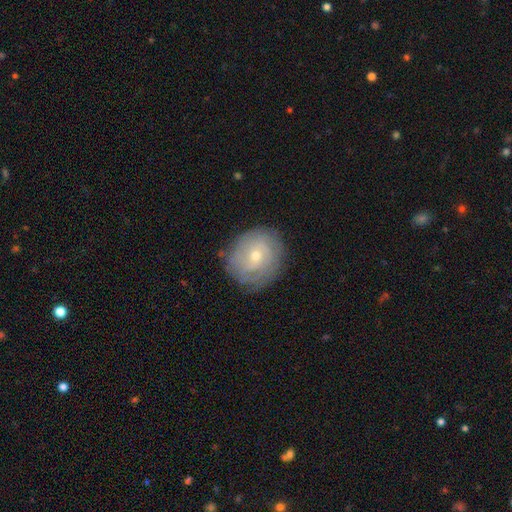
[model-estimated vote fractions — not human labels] Q: Smooth or featured?
A: featured or disk (60%); runner-up: smooth (31%)
Q: Edge-on disk?
A: no (96%); runner-up: yes (4%)
Q: Bar?
A: no (71%); runner-up: weak (25%)
Q: Spiral arms?
A: yes (79%); runner-up: no (21%)
Q: Bulge size?
A: small (56%); runner-up: moderate (41%)
Q: Merging?
A: none (79%); runner-up: minor disturbance (15%)